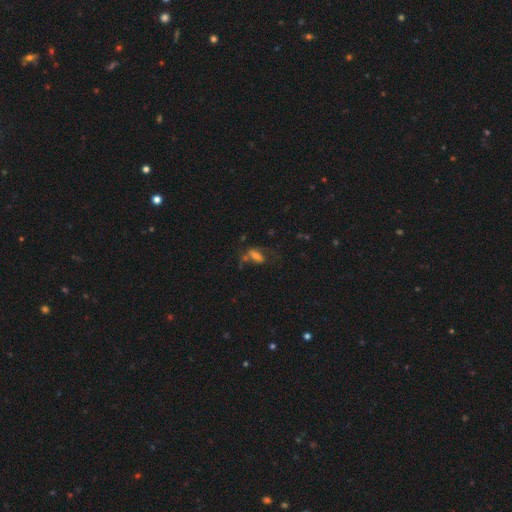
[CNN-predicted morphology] The model was most divided on "merging": none: 39%, major disturbance: 28%, minor disturbance: 21%, merger: 12%. More confident: how rounded — in between (78%); smooth or featured — smooth (53%).